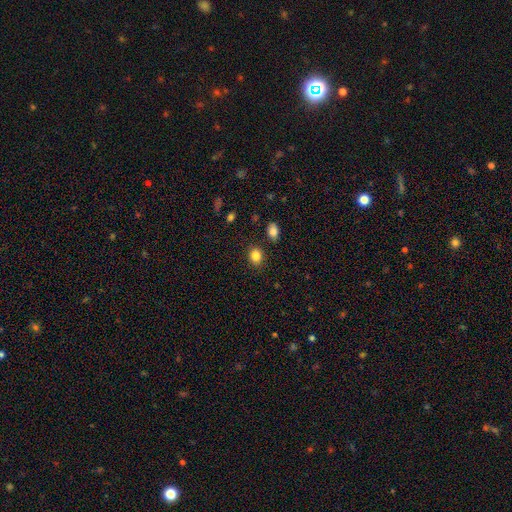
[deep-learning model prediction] This is clearly a smooth galaxy (85%). How rounded: possibly round (55%). Merging: clearly none (85%).